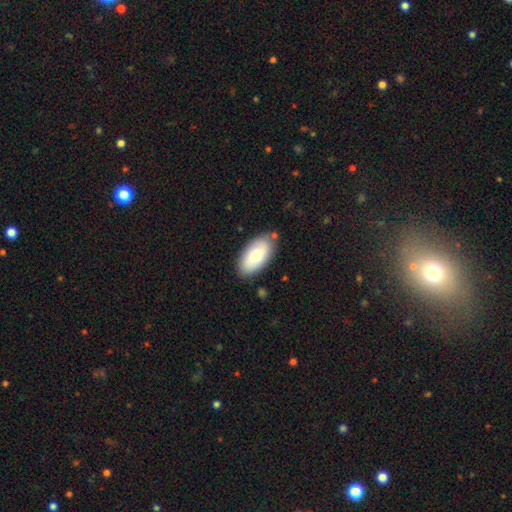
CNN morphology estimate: Smooth or featured?
  - smooth: 76% *
  - featured or disk: 18%
  - star or artifact: 6%
How rounded?
  - in between: 94% *
  - cigar-shaped: 4%
  - round: 2%
Merging?
  - none: 81% *
  - minor disturbance: 13%
  - merger: 3%
  - major disturbance: 3%